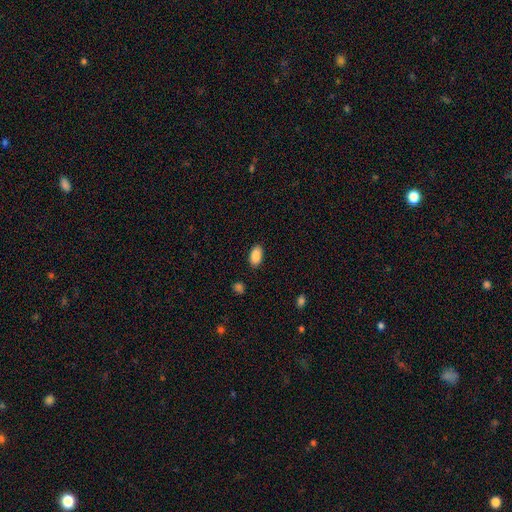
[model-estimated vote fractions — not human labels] The model was most divided on "merging": none: 87%, minor disturbance: 10%, major disturbance: 2%, merger: 1%. More confident: how rounded — in between (93%); smooth or featured — smooth (89%).